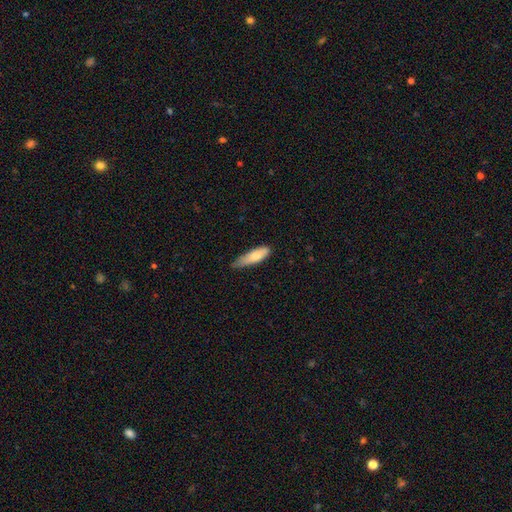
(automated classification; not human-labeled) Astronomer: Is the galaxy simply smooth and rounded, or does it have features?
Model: smooth — 79%.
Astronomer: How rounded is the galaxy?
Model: cigar-shaped — 57% (runner-up: in between, 41%).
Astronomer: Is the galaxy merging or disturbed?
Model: none — 48% (runner-up: minor disturbance, 42%).